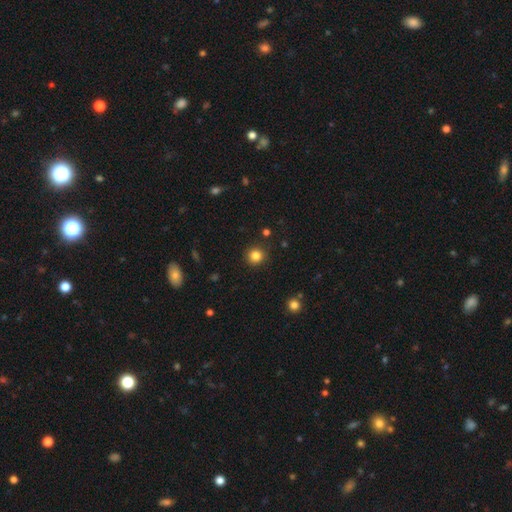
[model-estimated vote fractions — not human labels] The model was most divided on "smooth or featured": smooth: 83%, star or artifact: 12%, featured or disk: 5%. More confident: how rounded — round (93%); merging — none (91%).